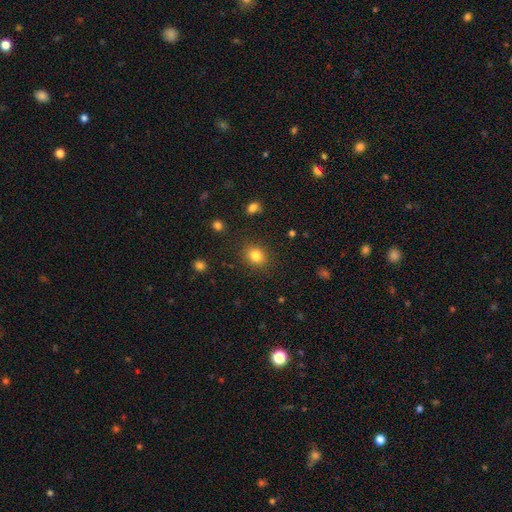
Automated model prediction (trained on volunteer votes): Overall: smooth (82%). How rounded: round (67%; in between 32%). Merging: none (87%).